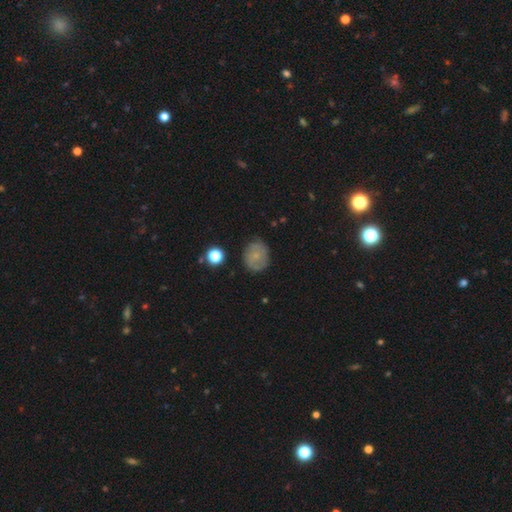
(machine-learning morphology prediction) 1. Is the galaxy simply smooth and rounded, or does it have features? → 56% smooth, 34% featured or disk, 10% star or artifact.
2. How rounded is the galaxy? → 69% round, 29% in between, 1% cigar-shaped.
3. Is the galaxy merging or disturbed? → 78% none, 16% minor disturbance, 4% major disturbance, 2% merger.